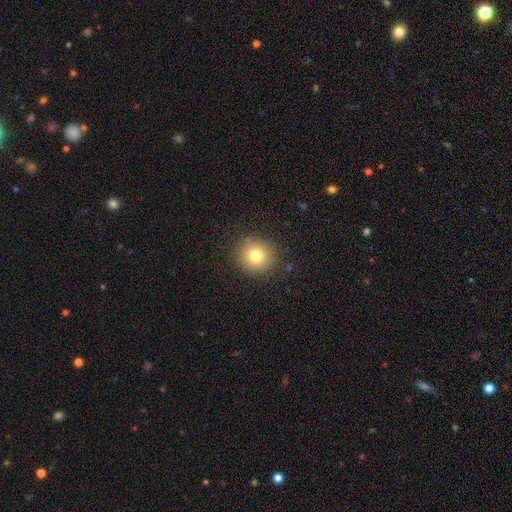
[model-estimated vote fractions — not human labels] smooth 78%, star or artifact 12%, featured or disk 9%. Down the decision tree: how rounded — round (90%); merging — none (88%).